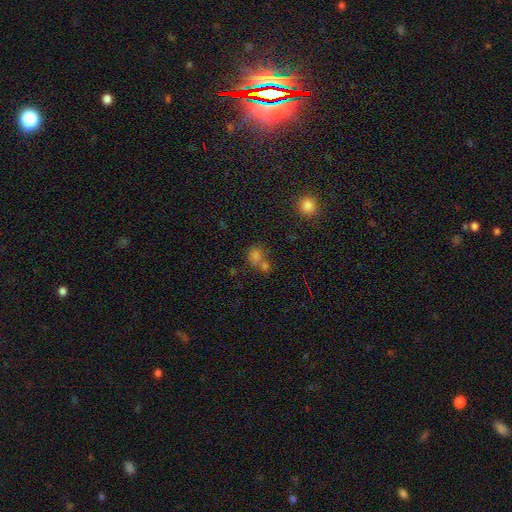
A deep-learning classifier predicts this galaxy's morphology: Q: Smooth or featured?
A: smooth (72%); runner-up: star or artifact (19%)
Q: How rounded?
A: round (64%); runner-up: in between (34%)
Q: Merging?
A: merger (48%); runner-up: none (39%)